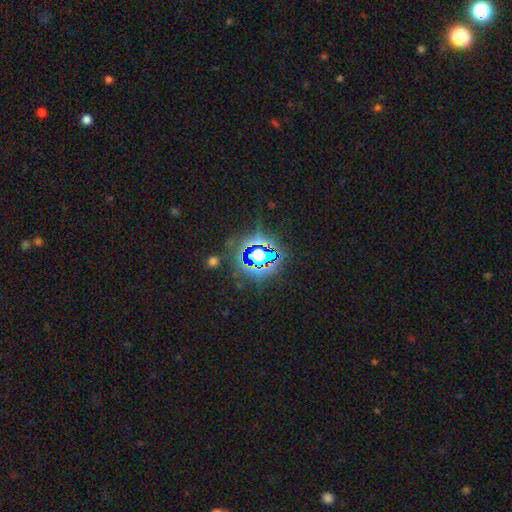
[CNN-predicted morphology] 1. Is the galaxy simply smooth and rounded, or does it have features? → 75% star or artifact, 15% smooth, 11% featured or disk.